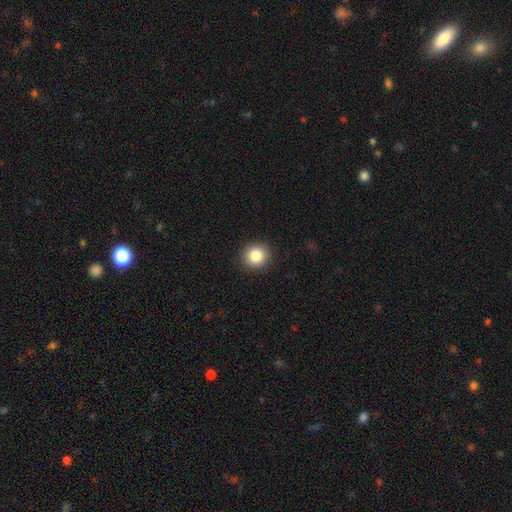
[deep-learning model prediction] Overall: smooth (85%). How rounded: round (86%). Merging: none (92%).